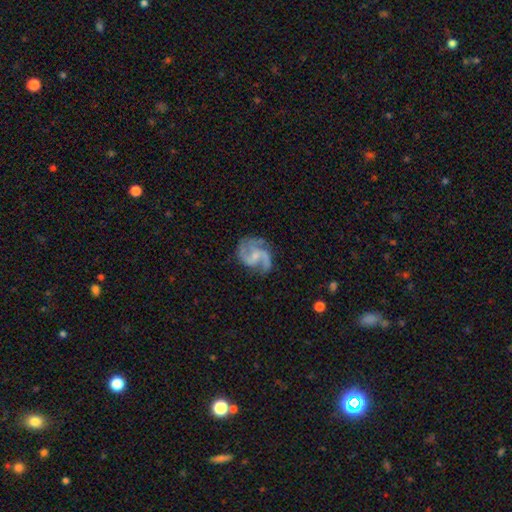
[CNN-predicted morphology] A featured or disk galaxy (87%) with a weak bar (47%), 2 (70%) medium (51%) spiral arms (96%) and a small central bulge (53%).

Vote fractions:
- Smooth or featured? featured or disk: 87% / smooth: 8% / star or artifact: 5%
- Edge-on disk? no: 98% / yes: 2%
- Bar? weak: 47% / no: 40% / strong: 12%
- Spiral arms? yes: 96% / no: 4%
- Spiral winding? medium: 51% / loose: 36% / tight: 13%
- Spiral arm count? 2: 70% / 3: 16% / can't tell: 5% / 1: 3% / 4: 3% / more than 4: 2%
- Bulge size? small: 53% / moderate: 22% / none: 22% / large: 2% / dominant: 1%
- Merging? none: 65% / minor disturbance: 20% / major disturbance: 13% / merger: 2%